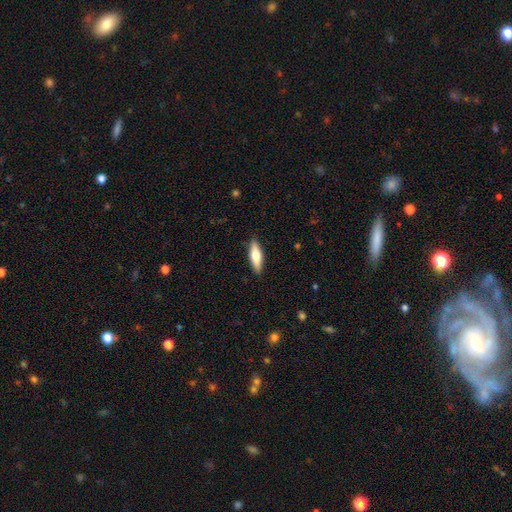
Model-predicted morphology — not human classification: A smooth galaxy with no disk features (59%) that is cigar-shaped (53%). Merging: none (89%).